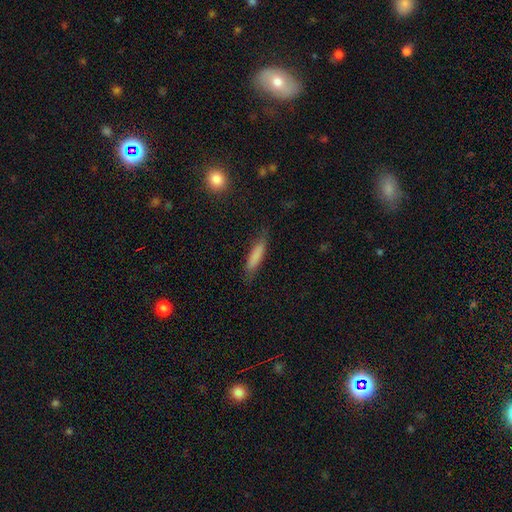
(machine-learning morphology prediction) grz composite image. It shows a smooth galaxy with no disk features (81%) that is cigar-shaped (81%). Merging: none (79%).